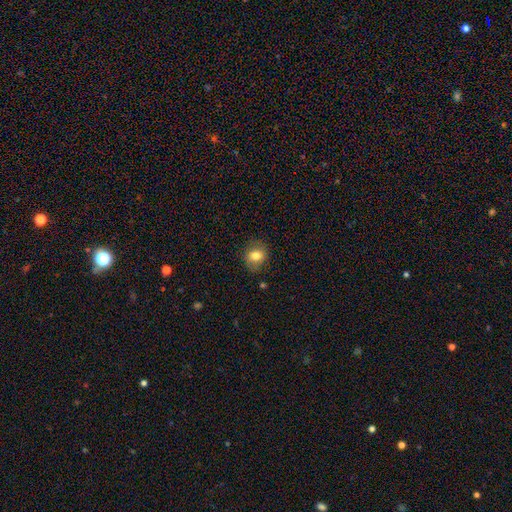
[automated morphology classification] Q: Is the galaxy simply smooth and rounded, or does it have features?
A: smooth — 77%.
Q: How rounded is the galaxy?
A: round — 62%.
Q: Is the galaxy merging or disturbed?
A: none — 80%.